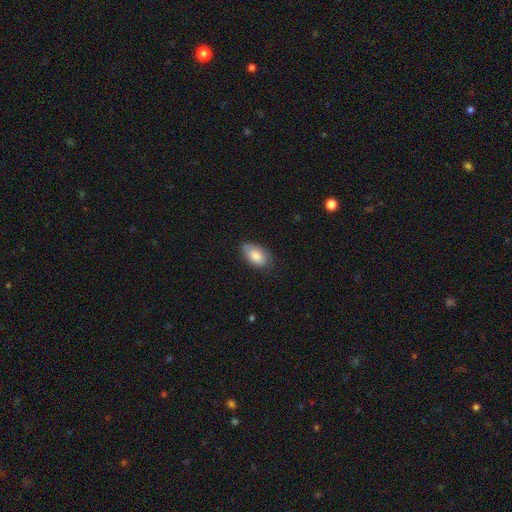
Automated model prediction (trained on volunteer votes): smooth 83%, featured or disk 11%, star or artifact 6%. Down the decision tree: how rounded — in between (93%); merging — none (71%).